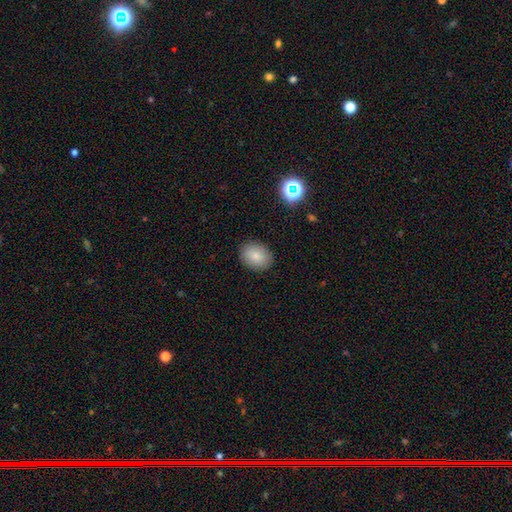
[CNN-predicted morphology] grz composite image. It shows a smooth galaxy with no disk features (83%) that is in between round and cigar-shaped (59%). Merging: none (89%).